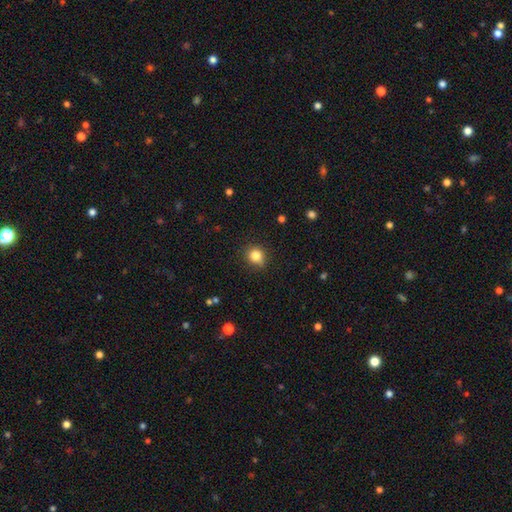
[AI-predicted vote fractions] smooth-or-featured: smooth: 83% | star or artifact: 11% | featured or disk: 6%
  how-rounded: round: 79% | in between: 20% | cigar-shaped: 1%
  merging: none: 78% | minor disturbance: 17% | major disturbance: 4% | merger: 1%